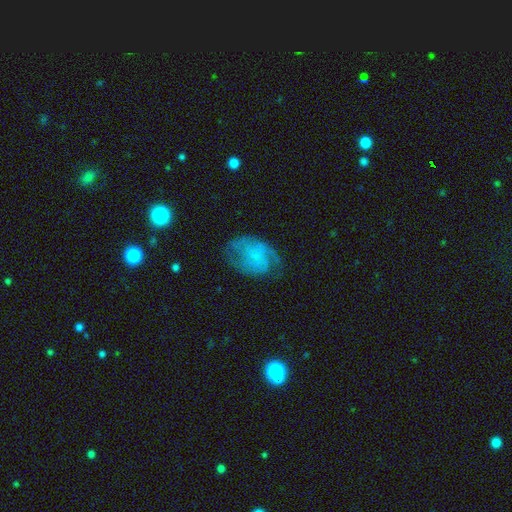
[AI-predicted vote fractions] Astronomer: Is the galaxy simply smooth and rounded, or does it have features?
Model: featured or disk — 59%.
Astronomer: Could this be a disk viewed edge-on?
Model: no — 97%.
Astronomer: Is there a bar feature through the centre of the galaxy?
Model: no — 73%.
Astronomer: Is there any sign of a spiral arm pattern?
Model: yes — 82%.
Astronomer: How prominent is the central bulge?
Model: none — 57%.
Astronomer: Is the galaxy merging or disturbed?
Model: none — 54%.